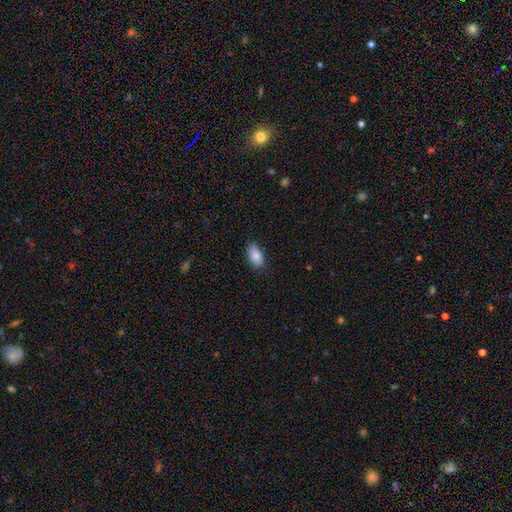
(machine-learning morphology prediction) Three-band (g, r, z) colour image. It shows a smooth galaxy with no disk features (86%) that is in between round and cigar-shaped (92%). Merging: none (80%).